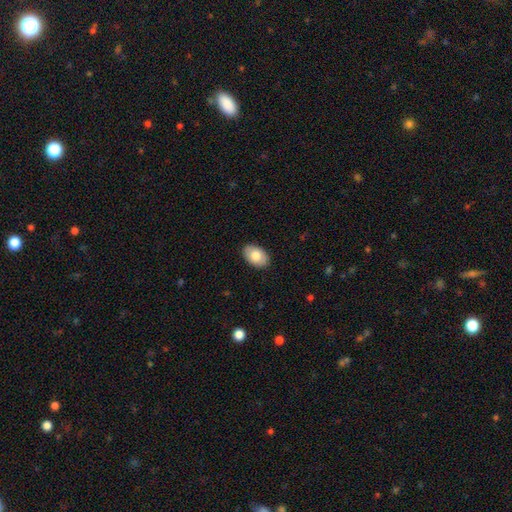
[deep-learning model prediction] Q: Smooth or featured?
A: smooth (78%); runner-up: featured or disk (16%)
Q: How rounded?
A: in between (89%); runner-up: round (10%)
Q: Merging?
A: none (88%); runner-up: minor disturbance (9%)